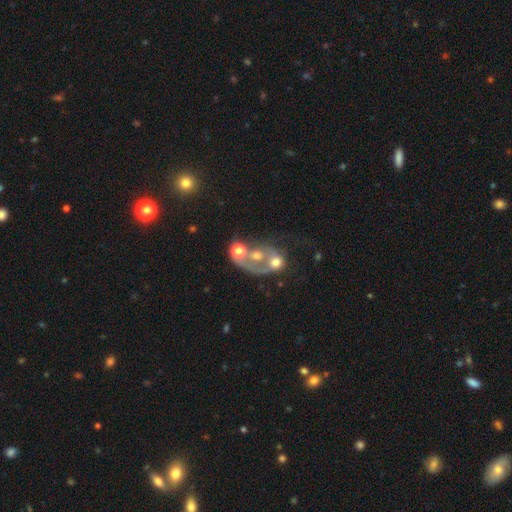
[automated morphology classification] Smooth or featured? featured or disk (51%)
Edge-on disk? no (97%)
Merging? merger (64%)